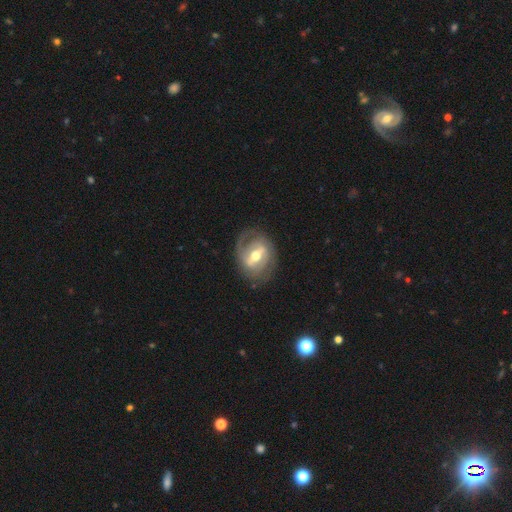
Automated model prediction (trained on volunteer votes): This appears to be a featured or disk galaxy (78%) with a strong bar (53%), 2 (70%) tight (40%) spiral arms (78%) and a moderate central bulge (72%). Merging: none (73%).